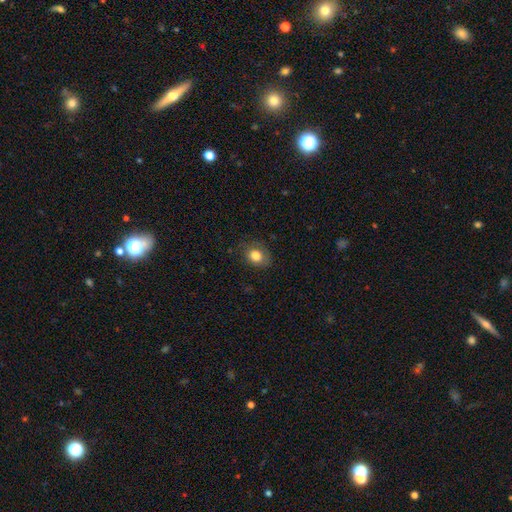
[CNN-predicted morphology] Smooth or featured?
  - smooth: 81% *
  - star or artifact: 10%
  - featured or disk: 9%
How rounded?
  - in between: 50% *
  - round: 49%
  - cigar-shaped: 1%
Merging?
  - none: 76% *
  - minor disturbance: 18%
  - major disturbance: 5%
  - merger: 1%